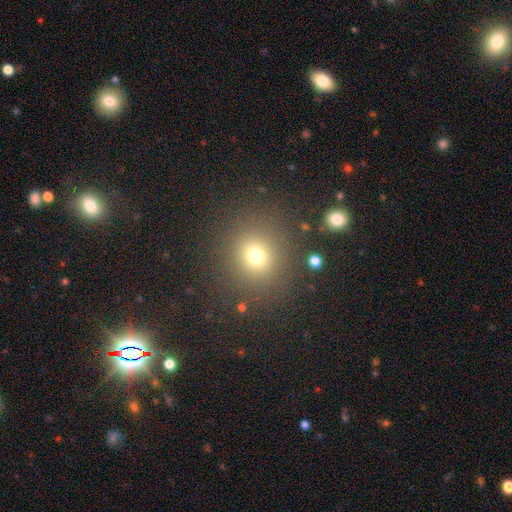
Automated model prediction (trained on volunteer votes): smooth_or_featured: smooth (p=0.72) [alt: star or artifact p=0.19]
how_rounded: round (p=0.83) [alt: in between p=0.16]
merging: none (p=0.85) [alt: minor disturbance p=0.08]